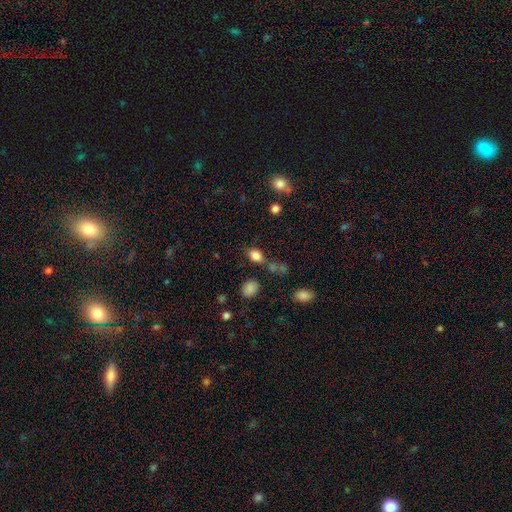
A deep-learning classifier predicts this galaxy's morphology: Smooth or featured?
  - smooth: 82% *
  - star or artifact: 12%
  - featured or disk: 5%
How rounded?
  - in between: 66% *
  - round: 31%
  - cigar-shaped: 3%
Merging?
  - none: 63% *
  - minor disturbance: 17%
  - merger: 13%
  - major disturbance: 7%